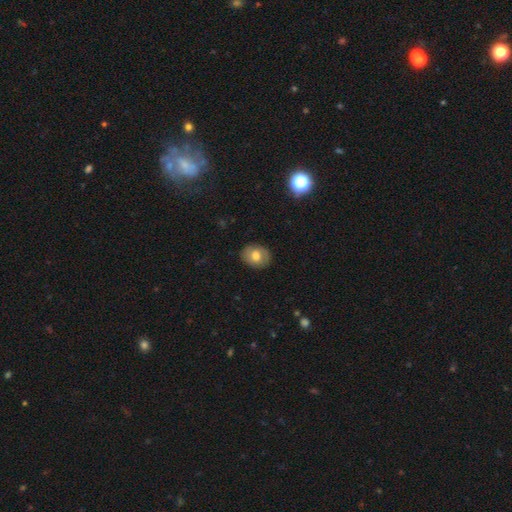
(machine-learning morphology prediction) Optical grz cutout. It shows a smooth galaxy with no disk features (68%) that is round (54%). Merging: none (86%).